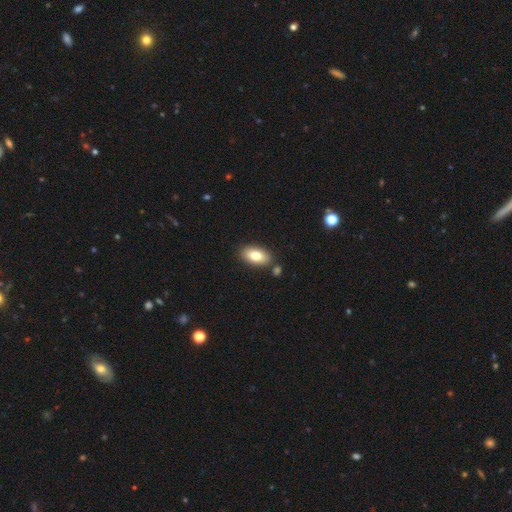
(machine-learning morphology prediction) Q: Smooth or featured?
A: smooth (78%); runner-up: featured or disk (15%)
Q: How rounded?
A: in between (92%); runner-up: round (5%)
Q: Merging?
A: none (81%); runner-up: minor disturbance (10%)